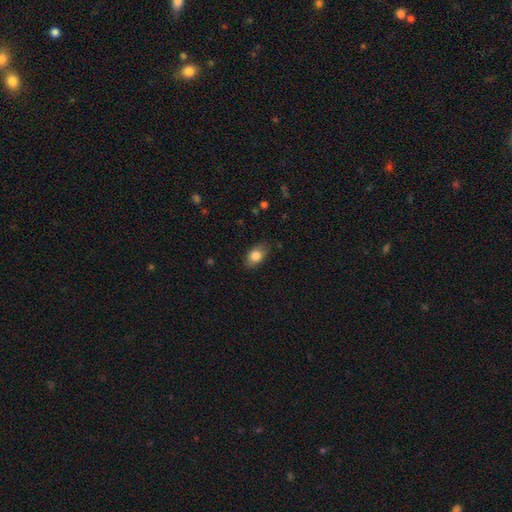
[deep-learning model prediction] smooth 81%, featured or disk 11%, star or artifact 7%. Down the decision tree: how rounded — in between (87%); merging — none (83%).